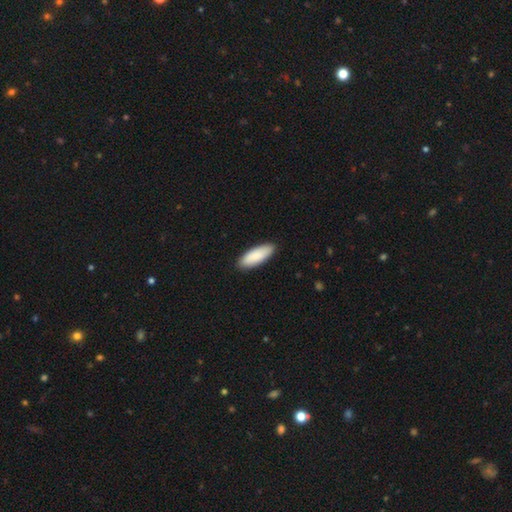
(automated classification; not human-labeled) Overall: smooth (89%). How rounded: in between (67%; cigar-shaped 31%). Merging: none (90%).